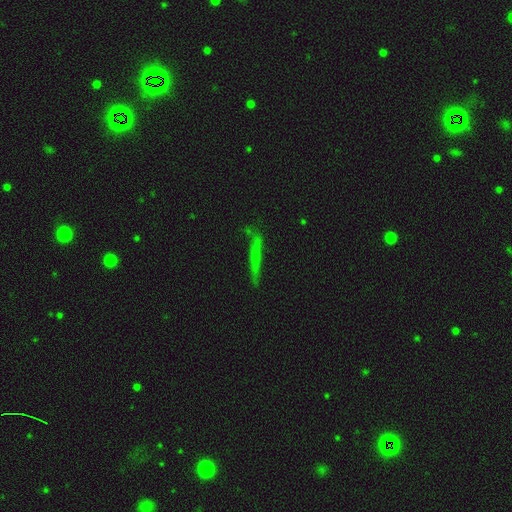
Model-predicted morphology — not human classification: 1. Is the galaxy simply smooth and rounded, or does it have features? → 51% smooth, 37% featured or disk, 12% star or artifact.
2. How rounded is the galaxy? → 92% cigar-shaped, 6% in between, 2% round.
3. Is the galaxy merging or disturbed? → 70% none, 20% minor disturbance, 7% major disturbance, 3% merger.